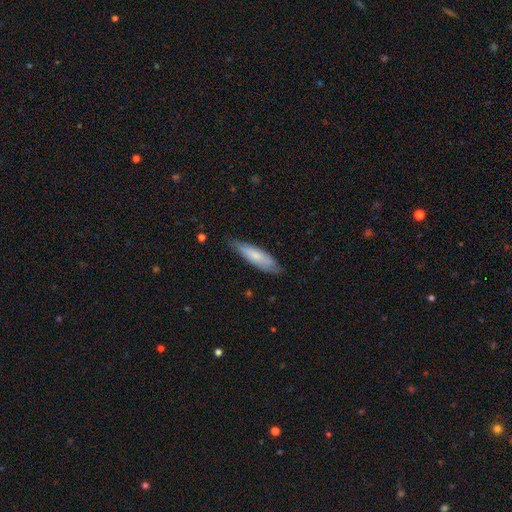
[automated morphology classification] Smooth or featured? Predicted: smooth (p=0.68). How rounded? Predicted: cigar-shaped (p=0.65). Merging? Predicted: none (p=0.76).